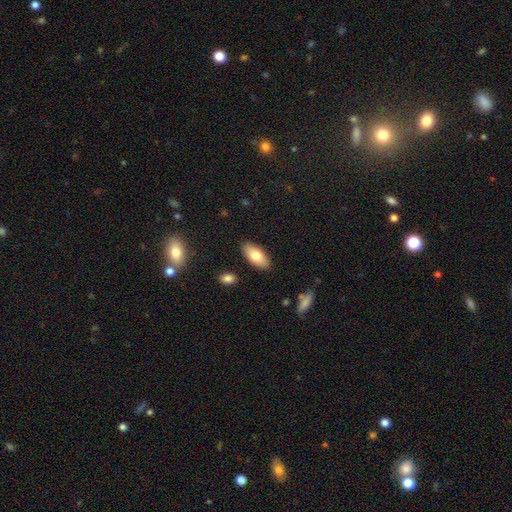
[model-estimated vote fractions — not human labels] Smooth or featured?
  - smooth: 77% *
  - featured or disk: 17%
  - star or artifact: 7%
How rounded?
  - in between: 90% *
  - cigar-shaped: 7%
  - round: 2%
Merging?
  - none: 87% *
  - minor disturbance: 9%
  - major disturbance: 2%
  - merger: 2%